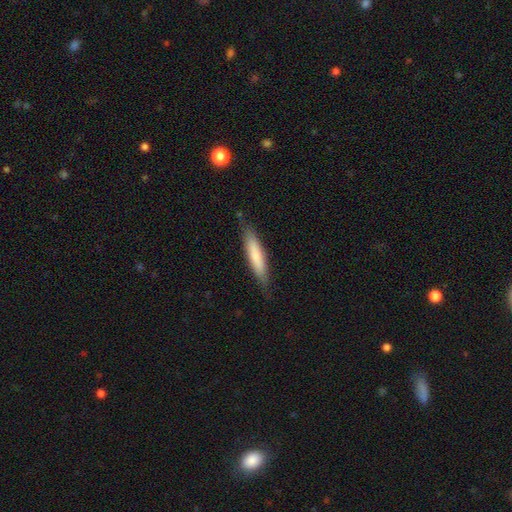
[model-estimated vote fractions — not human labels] A smooth galaxy with no disk features (74%) that is cigar-shaped (83%).

Vote fractions:
- Smooth or featured? smooth: 74% / featured or disk: 21% / star or artifact: 6%
- How rounded? cigar-shaped: 83% / in between: 16% / round: 1%
- Merging? none: 82% / minor disturbance: 14% / major disturbance: 3% / merger: 1%